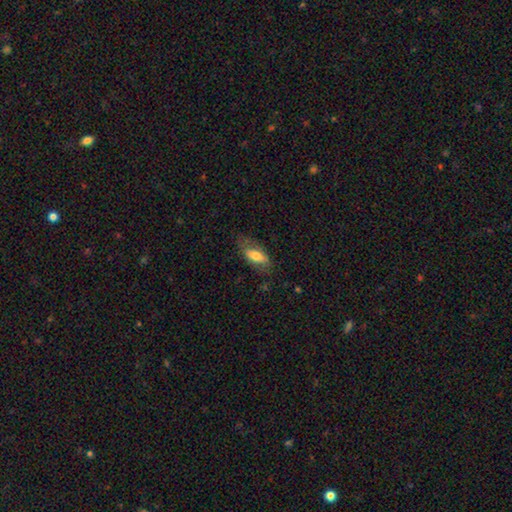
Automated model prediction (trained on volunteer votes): The model was most divided on "merging": none: 64%, minor disturbance: 24%, major disturbance: 11%, merger: 1%. More confident: how rounded — in between (83%); smooth or featured — smooth (67%).